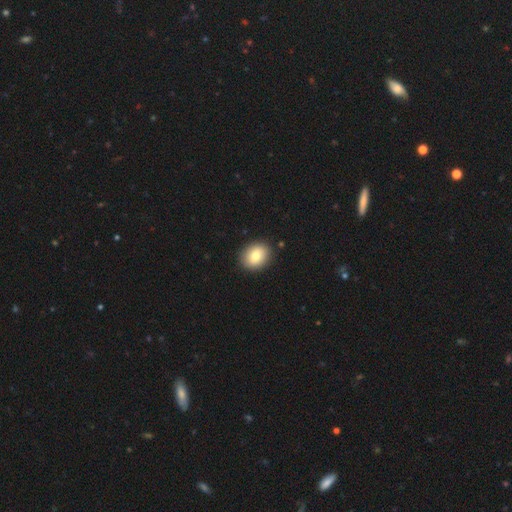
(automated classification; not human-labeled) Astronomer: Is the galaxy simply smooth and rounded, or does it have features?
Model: smooth — 79%.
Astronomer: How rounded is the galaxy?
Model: in between — 52% (runner-up: round, 47%).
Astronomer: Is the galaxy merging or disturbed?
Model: none — 90%.